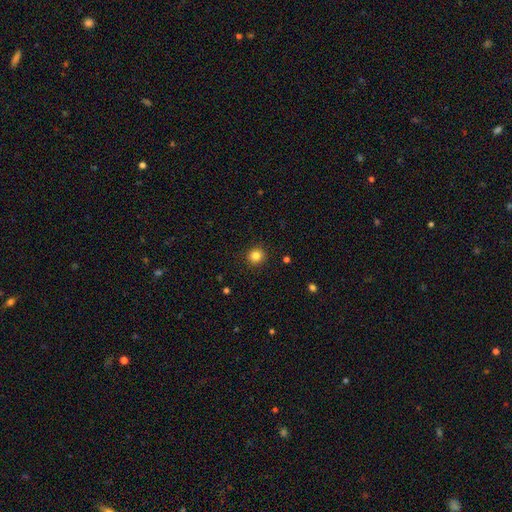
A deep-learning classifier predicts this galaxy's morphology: smooth_or_featured: smooth (p=0.83) [alt: star or artifact p=0.12]
how_rounded: round (p=0.93) [alt: in between p=0.06]
merging: none (p=0.92) [alt: minor disturbance p=0.05]